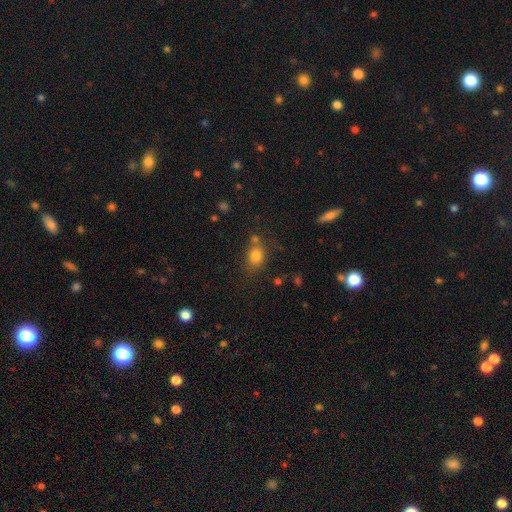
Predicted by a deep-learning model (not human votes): Smooth or featured? smooth (81%)
How rounded? in between (58%)
Merging? none (62%)